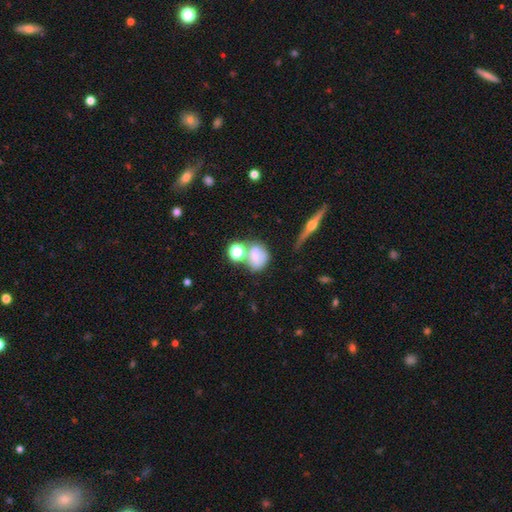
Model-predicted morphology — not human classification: Smooth or featured? Predicted: smooth (p=0.61). How rounded? Predicted: round (p=0.49). Merging? Predicted: none (p=0.40).